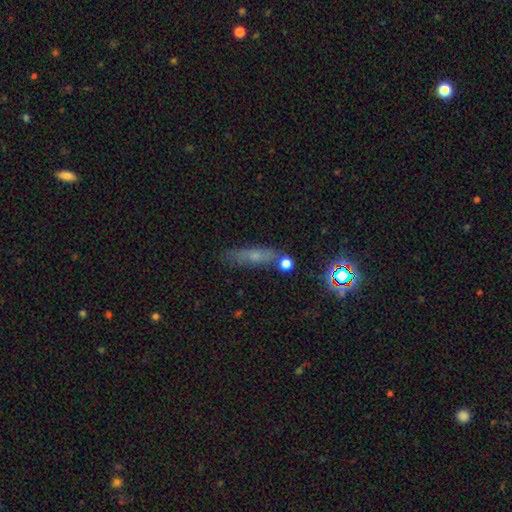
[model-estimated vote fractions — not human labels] smooth 51%, featured or disk 31%, star or artifact 18%. Down the decision tree: how rounded — cigar-shaped (66%); merging — none (71%).